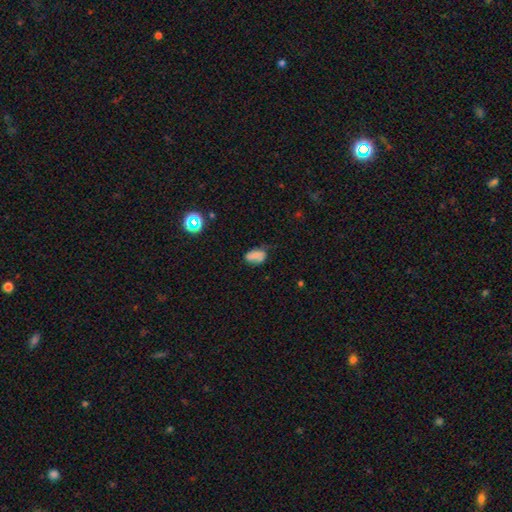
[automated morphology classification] Overall: smooth (62%; featured or disk 24%). How rounded: in between (87%). Merging: none (45%; minor disturbance 37%).